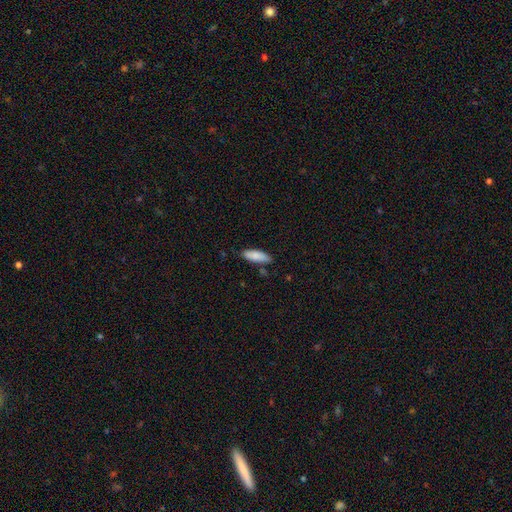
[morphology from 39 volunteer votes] Overall: smooth (85%). How rounded: in between (70%). Merging: none (82%).